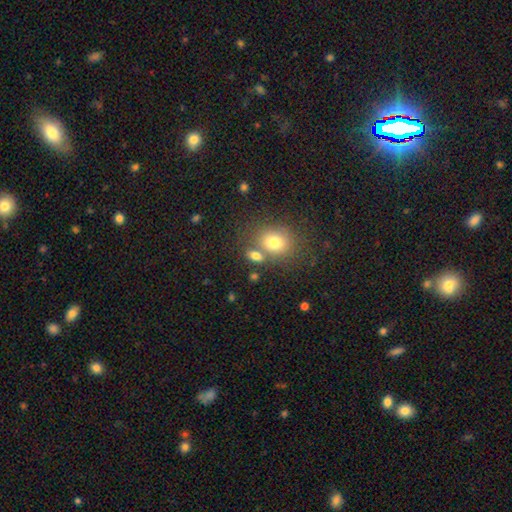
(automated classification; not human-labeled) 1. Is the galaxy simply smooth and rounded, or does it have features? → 76% smooth, 12% star or artifact, 11% featured or disk.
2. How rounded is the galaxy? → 61% in between, 36% round, 3% cigar-shaped.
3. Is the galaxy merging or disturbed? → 56% none, 29% merger, 11% minor disturbance, 5% major disturbance.